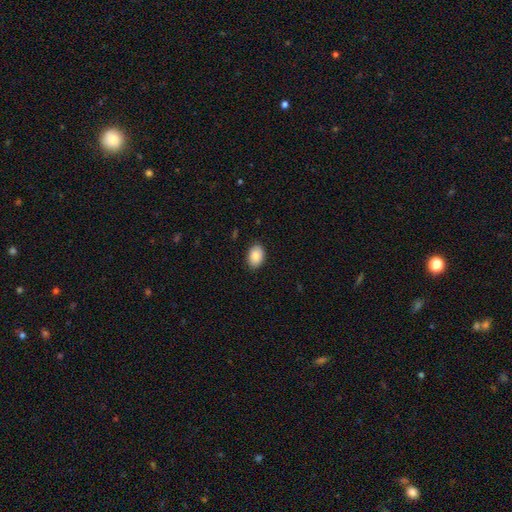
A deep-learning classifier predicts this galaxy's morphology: Smooth or featured?
  - smooth: 85% *
  - featured or disk: 8%
  - star or artifact: 7%
How rounded?
  - in between: 82% *
  - round: 17%
  - cigar-shaped: 1%
Merging?
  - none: 88% *
  - minor disturbance: 9%
  - major disturbance: 2%
  - merger: 1%